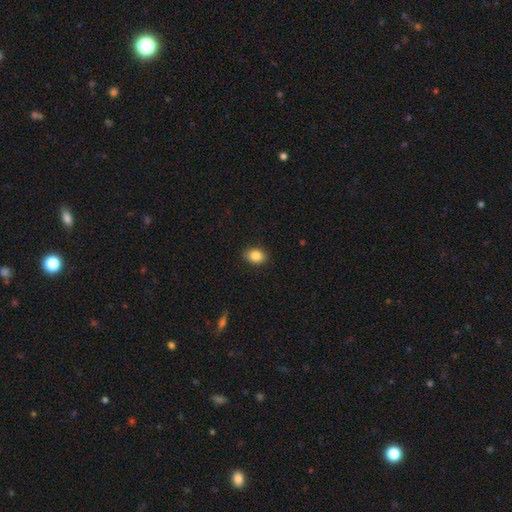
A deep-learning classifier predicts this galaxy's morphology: Smooth or featured? smooth (86%)
How rounded? in between (62%)
Merging? none (86%)